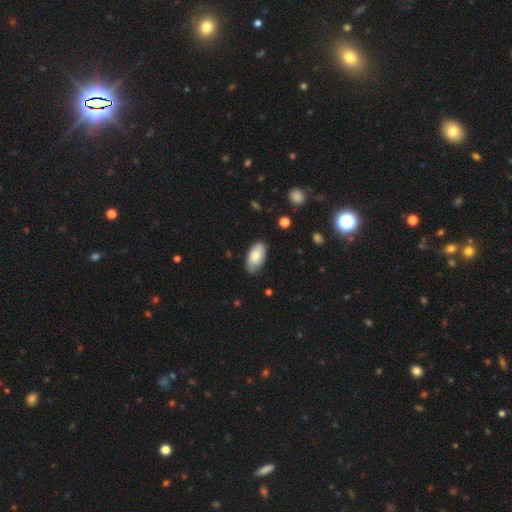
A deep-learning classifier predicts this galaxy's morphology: smooth 74%, featured or disk 20%, star or artifact 6%. Down the decision tree: how rounded — in between (95%); merging — none (77%).